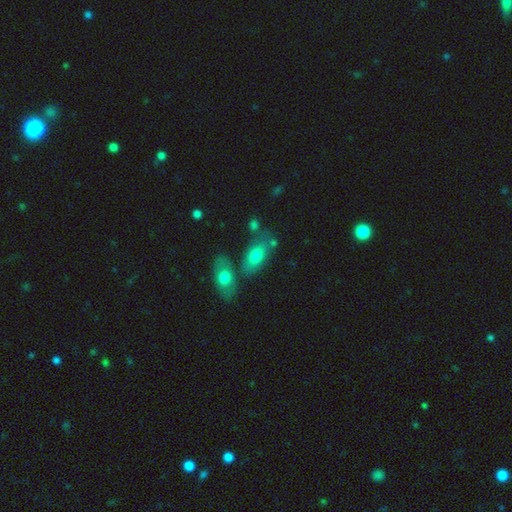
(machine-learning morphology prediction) Overall: smooth (73%). How rounded: in between (88%). Merging: none (58%; merger 21%).